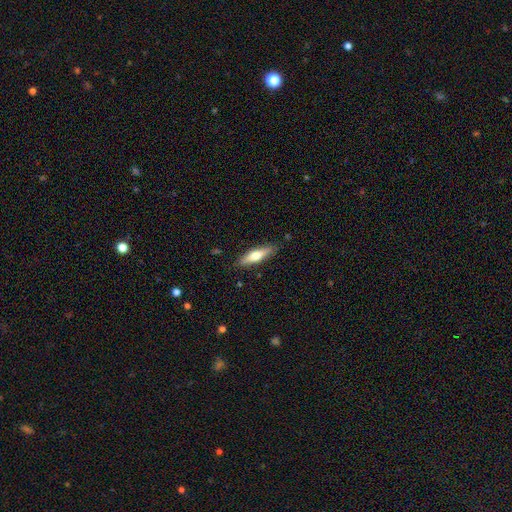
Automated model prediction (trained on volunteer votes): Morphology: type=smooth (55%); roundness=cigar-shaped (70%); merging=none (86%).